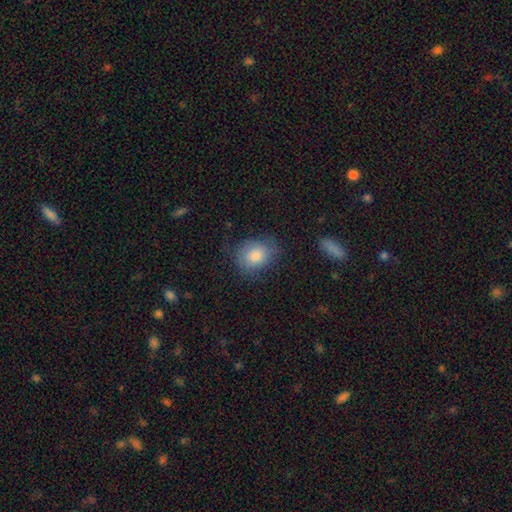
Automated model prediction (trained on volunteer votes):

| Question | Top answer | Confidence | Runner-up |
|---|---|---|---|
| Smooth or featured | smooth | 81% | featured or disk (11%) |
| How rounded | round | 57% | in between (42%) |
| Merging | none | 69% | minor disturbance (23%) |